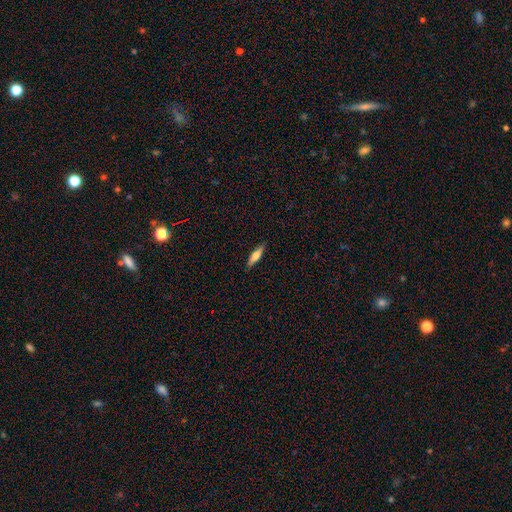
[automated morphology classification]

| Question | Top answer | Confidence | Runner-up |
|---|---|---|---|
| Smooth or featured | smooth | 65% | featured or disk (29%) |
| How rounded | cigar-shaped | 67% | in between (31%) |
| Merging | none | 88% | minor disturbance (9%) |